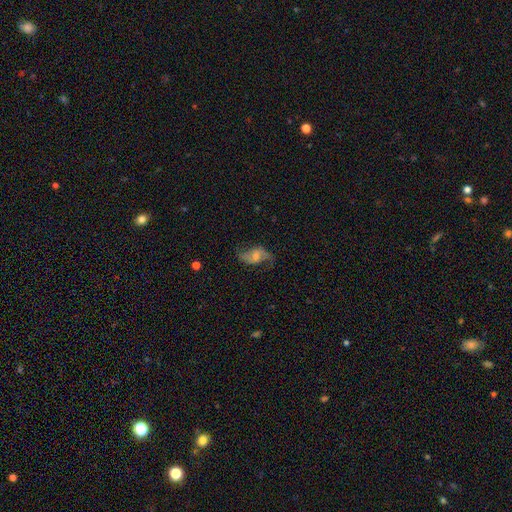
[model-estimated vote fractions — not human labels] smooth_or_featured: featured or disk (p=0.71) [alt: smooth p=0.19]
disk_edge_on: no (p=0.95) [alt: yes p=0.05]
bar: no (p=0.44) [alt: weak p=0.42]
has_spiral_arms: yes (p=0.91) [alt: no p=0.09]
spiral_winding: loose (p=0.63) [alt: medium p=0.29]
spiral_arm_count: 2 (p=0.89) [alt: can't tell p=0.05]
bulge_size: moderate (p=0.46) [alt: small p=0.40]
merging: none (p=0.69) [alt: minor disturbance p=0.18]